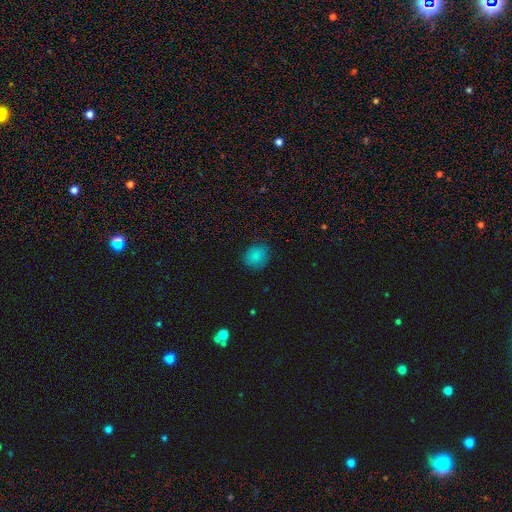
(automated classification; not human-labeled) Morphology: type=smooth (79%); roundness=round (77%); merging=none (84%).